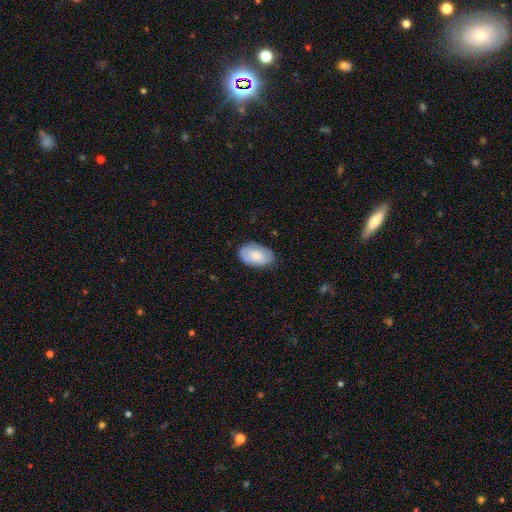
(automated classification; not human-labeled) Morphology: type=smooth (59%); roundness=in between (91%); merging=none (78%).